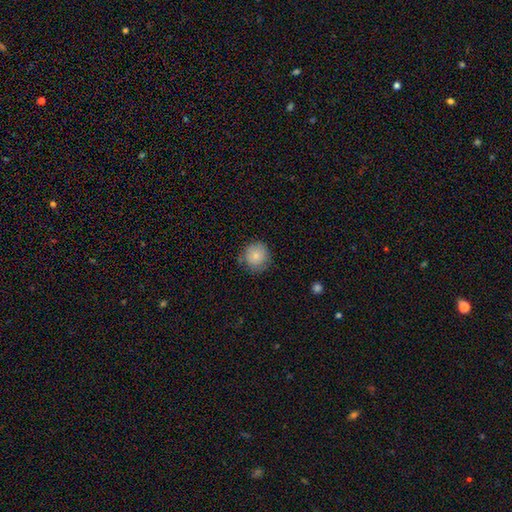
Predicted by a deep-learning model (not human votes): smooth-or-featured: smooth: 83% | featured or disk: 9% | star or artifact: 8%
  how-rounded: round: 92% | in between: 7% | cigar-shaped: 1%
  merging: none: 79% | minor disturbance: 15% | major disturbance: 3% | merger: 2%